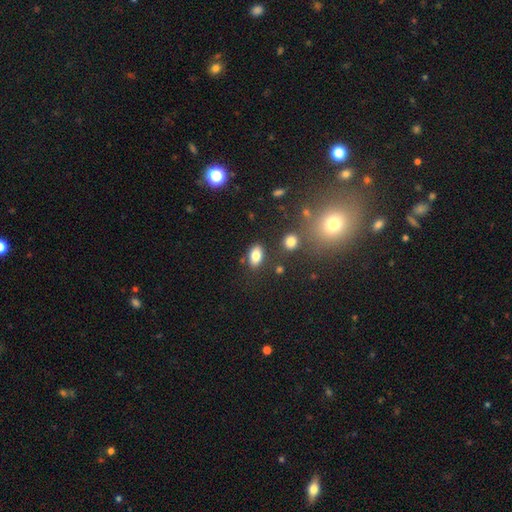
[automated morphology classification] Smooth or featured? Predicted: smooth (p=0.81). How rounded? Predicted: in between (p=0.89). Merging? Predicted: none (p=0.81).